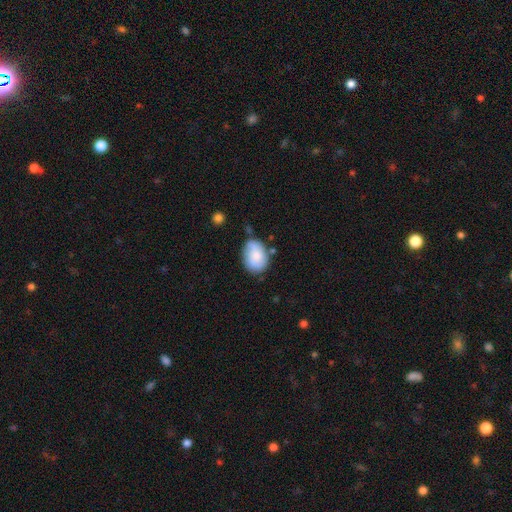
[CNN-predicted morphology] type=smooth (73%); roundness=in between (74%); merging=none (62%).